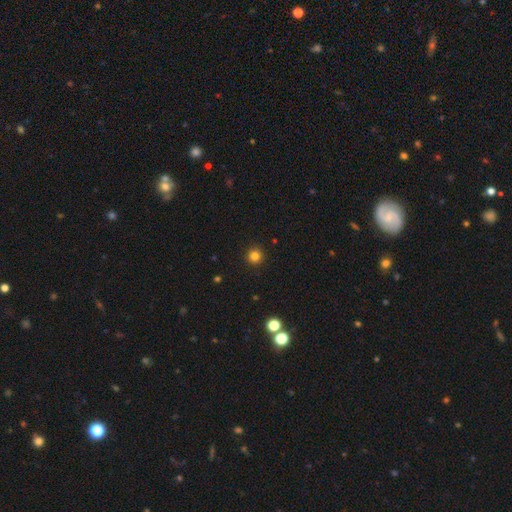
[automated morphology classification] smooth-or-featured: smooth: 82% | star or artifact: 13% | featured or disk: 4%
  how-rounded: round: 96% | in between: 3% | cigar-shaped: 1%
  merging: none: 93% | minor disturbance: 4% | major disturbance: 1% | merger: 1%